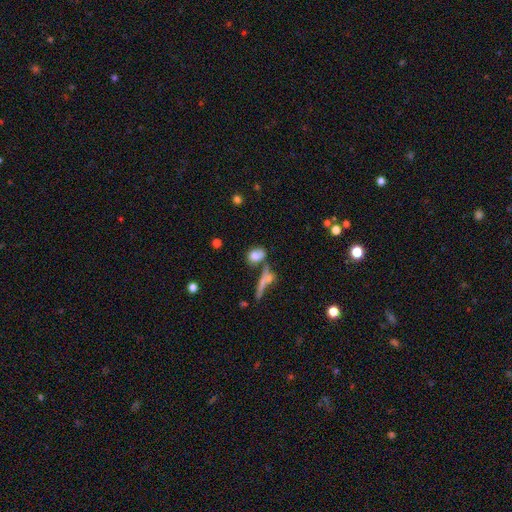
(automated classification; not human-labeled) smooth_or_featured: smooth (p=0.75) [alt: featured or disk p=0.14]
how_rounded: in between (p=0.68) [alt: round p=0.21]
merging: none (p=0.47) [alt: merger p=0.27]